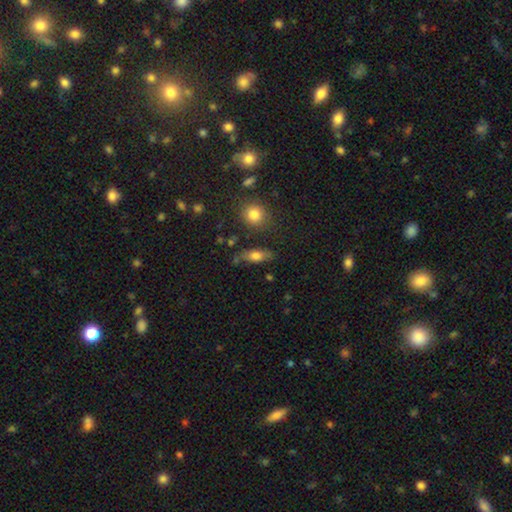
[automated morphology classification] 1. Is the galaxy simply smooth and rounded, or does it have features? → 67% smooth, 23% featured or disk, 9% star or artifact.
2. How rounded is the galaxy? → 67% in between, 24% cigar-shaped, 9% round.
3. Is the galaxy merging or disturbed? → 69% none, 18% minor disturbance, 7% major disturbance, 6% merger.